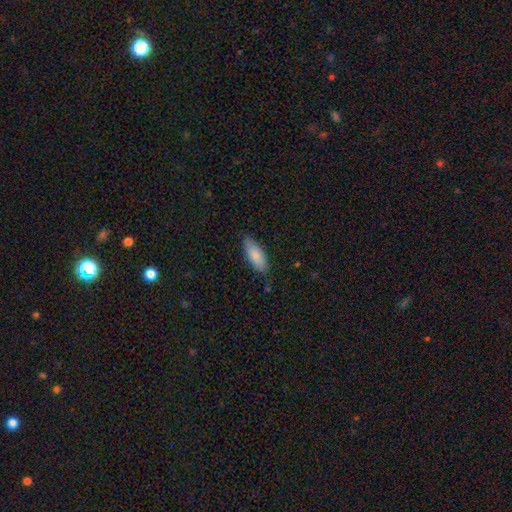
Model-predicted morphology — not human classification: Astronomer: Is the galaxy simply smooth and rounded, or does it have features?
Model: smooth — 83%.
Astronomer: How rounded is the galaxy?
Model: in between — 80%.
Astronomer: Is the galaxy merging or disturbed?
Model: none — 77%.